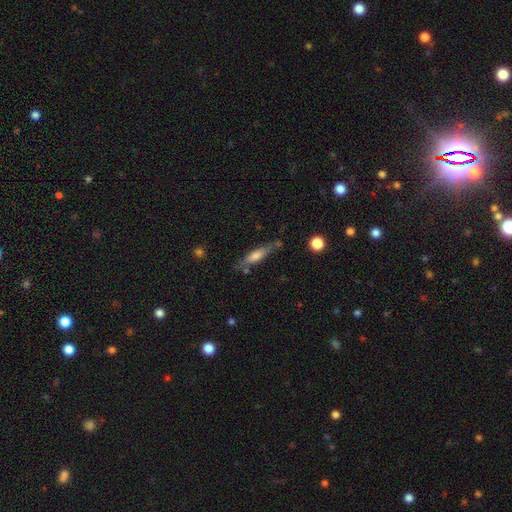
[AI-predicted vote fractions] A smooth galaxy with no disk features (52%) that is cigar-shaped (79%).

Vote fractions:
- Smooth or featured? smooth: 52% / featured or disk: 41% / star or artifact: 6%
- How rounded? cigar-shaped: 79% / in between: 19% / round: 2%
- Merging? none: 69% / minor disturbance: 19% / merger: 6% / major disturbance: 5%